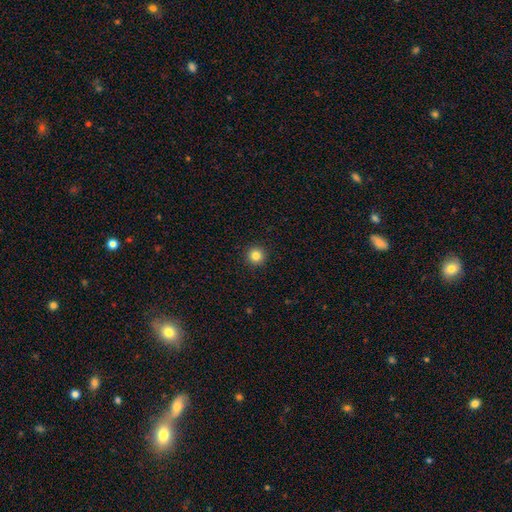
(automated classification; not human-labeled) A smooth galaxy with no disk features (83%) that is round (96%).

Vote fractions:
- Smooth or featured? smooth: 83% / star or artifact: 12% / featured or disk: 5%
- How rounded? round: 96% / in between: 3% / cigar-shaped: 1%
- Merging? none: 93% / minor disturbance: 4% / major disturbance: 1% / merger: 1%